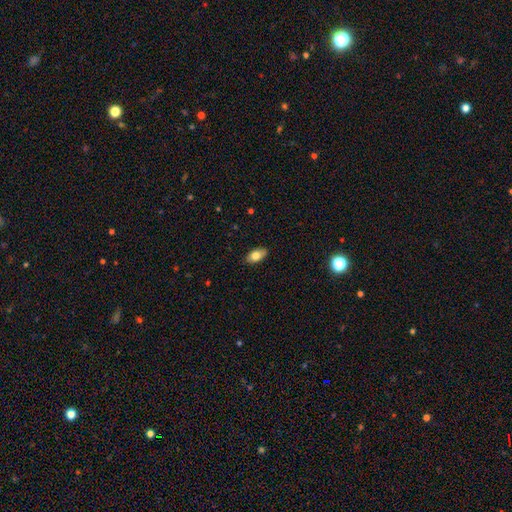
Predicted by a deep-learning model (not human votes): Overall: smooth (79%). How rounded: in between (91%). Merging: none (87%).